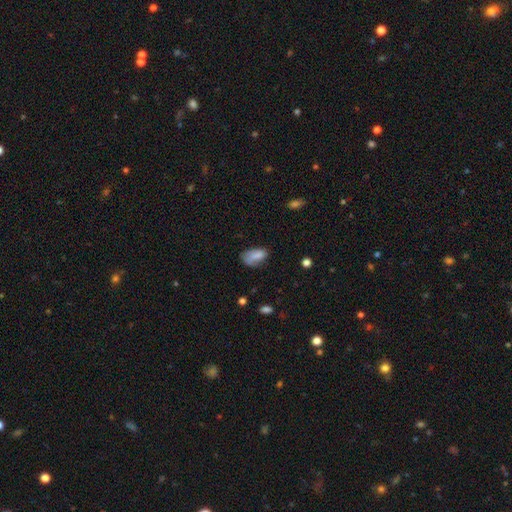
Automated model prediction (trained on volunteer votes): A smooth galaxy with no disk features (78%) that is in between round and cigar-shaped (91%). Merging: none (51%).